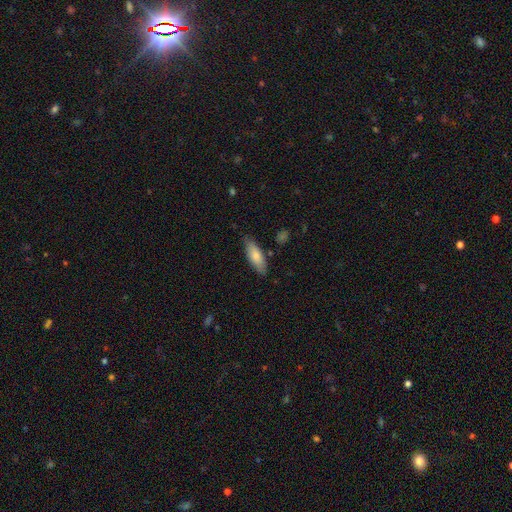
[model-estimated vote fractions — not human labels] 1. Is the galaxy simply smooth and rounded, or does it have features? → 77% smooth, 17% featured or disk, 6% star or artifact.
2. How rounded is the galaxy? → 60% in between, 38% cigar-shaped, 2% round.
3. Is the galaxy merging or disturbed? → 80% none, 15% minor disturbance, 3% major disturbance, 3% merger.